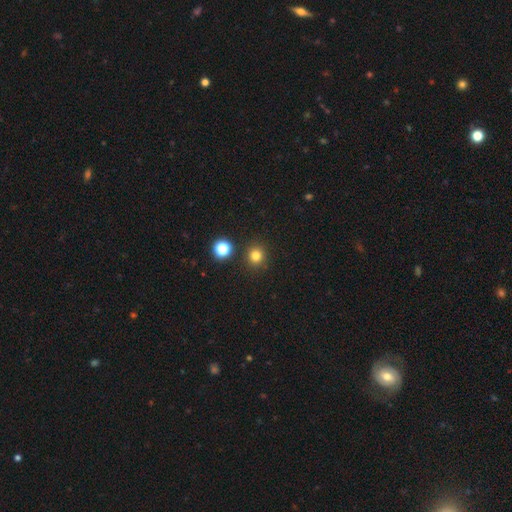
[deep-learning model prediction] Morphology: type=smooth (79%); roundness=round (91%); merging=none (88%).